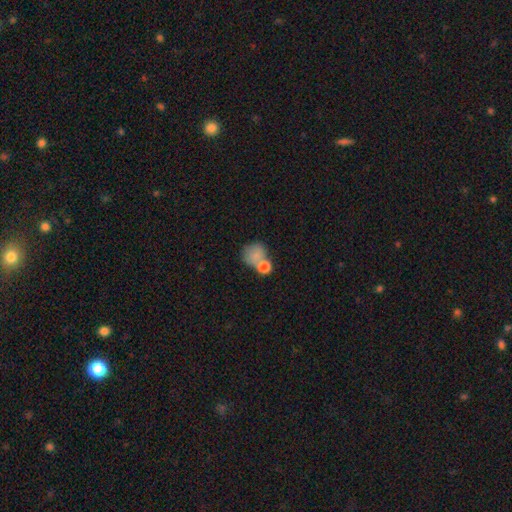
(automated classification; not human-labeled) Morphology: type=smooth (78%); roundness=round (75%); merging=none (42%).